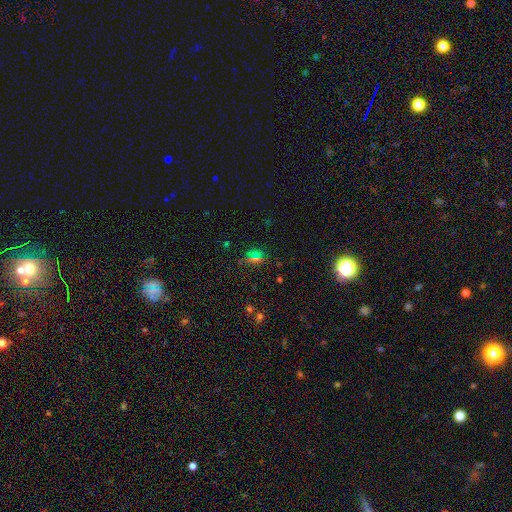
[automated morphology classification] star or artifact 48%, smooth 43%, featured or disk 9%.